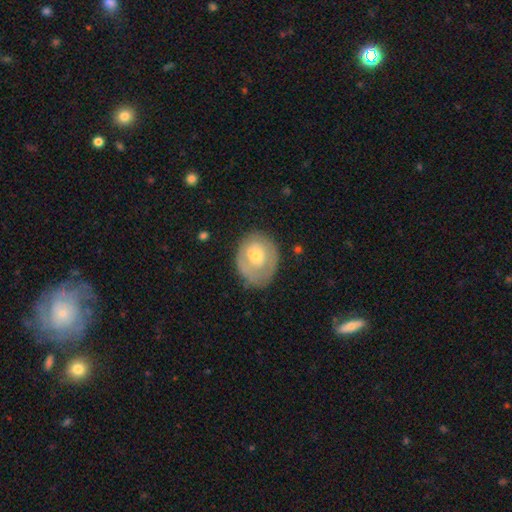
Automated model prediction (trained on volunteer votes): Smooth or featured?
  - smooth: 47% * (tied)
  - featured or disk: 47% * (tied)
  - star or artifact: 6%
Merging?
  - none: 63% *
  - minor disturbance: 24%
  - major disturbance: 10%
  - merger: 2%